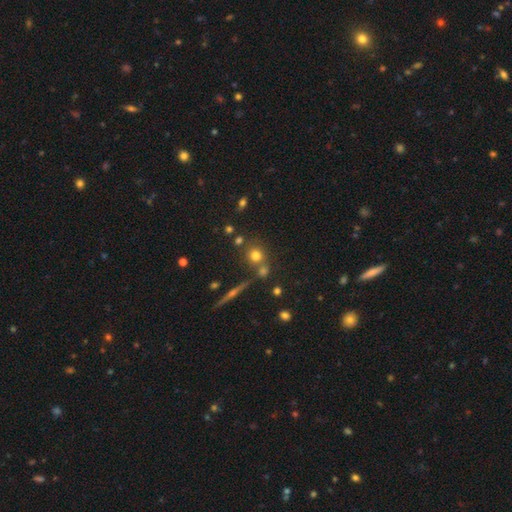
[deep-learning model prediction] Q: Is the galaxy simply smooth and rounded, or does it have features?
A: smooth — 70%.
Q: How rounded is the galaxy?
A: round — 86%.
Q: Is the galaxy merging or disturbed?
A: none — 66%.